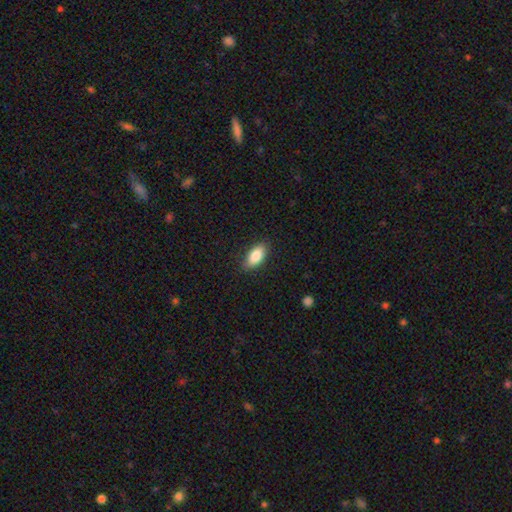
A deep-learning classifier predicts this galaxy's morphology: A smooth galaxy with no disk features (85%) that is in between round and cigar-shaped (88%).

Vote fractions:
- Smooth or featured? smooth: 85% / featured or disk: 9% / star or artifact: 7%
- How rounded? in between: 88% / cigar-shaped: 8% / round: 3%
- Merging? none: 85% / minor disturbance: 12% / major disturbance: 3% / merger: 1%